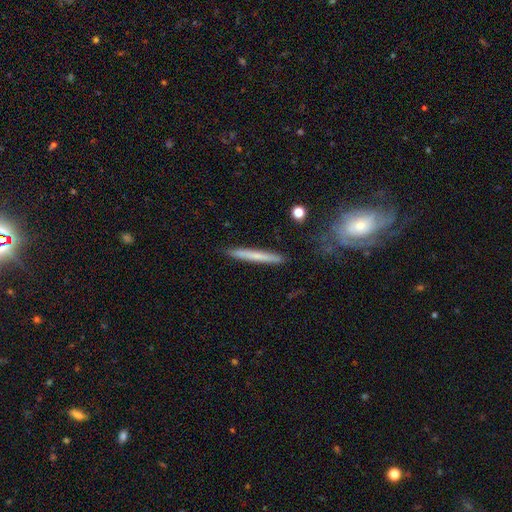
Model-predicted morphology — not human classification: smooth 60%, featured or disk 34%, star or artifact 6%. Down the decision tree: how rounded — cigar-shaped (96%); merging — none (87%).